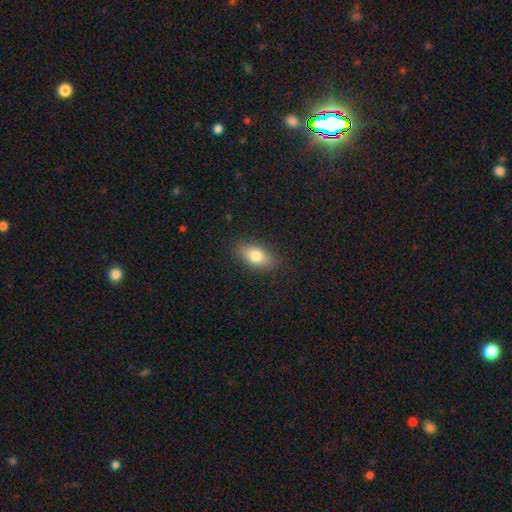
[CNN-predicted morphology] Smooth or featured? Predicted: smooth (p=0.79). How rounded? Predicted: in between (p=0.88). Merging? Predicted: none (p=0.86).